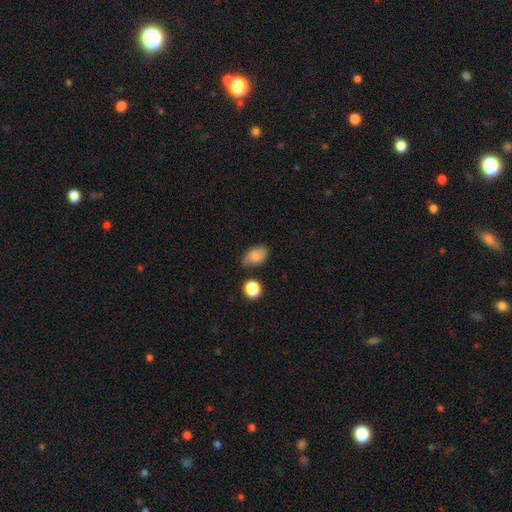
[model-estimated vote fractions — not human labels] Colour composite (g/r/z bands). It shows a smooth galaxy with no disk features (74%) that is in between round and cigar-shaped (85%). Merging: none (57%).